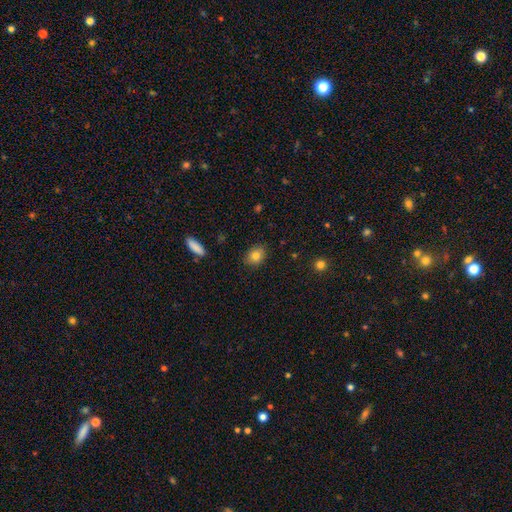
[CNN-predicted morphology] A smooth galaxy with no disk features (81%) that is in between round and cigar-shaped (63%).

Vote fractions:
- Smooth or featured? smooth: 81% / featured or disk: 10% / star or artifact: 9%
- How rounded? in between: 63% / round: 35% / cigar-shaped: 1%
- Merging? none: 85% / minor disturbance: 11% / major disturbance: 2% / merger: 1%